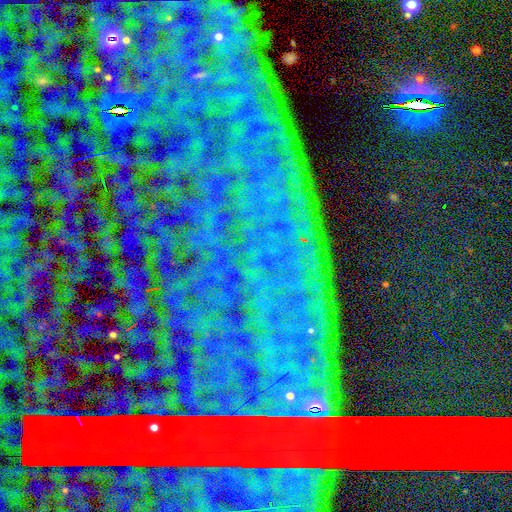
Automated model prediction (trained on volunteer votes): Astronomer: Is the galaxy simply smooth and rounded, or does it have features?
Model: star or artifact — 88%.